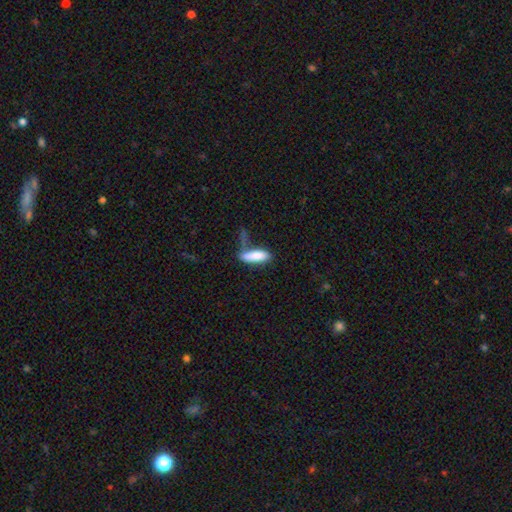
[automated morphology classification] type=smooth (82%); roundness=in between (52%); merging=none (43%).